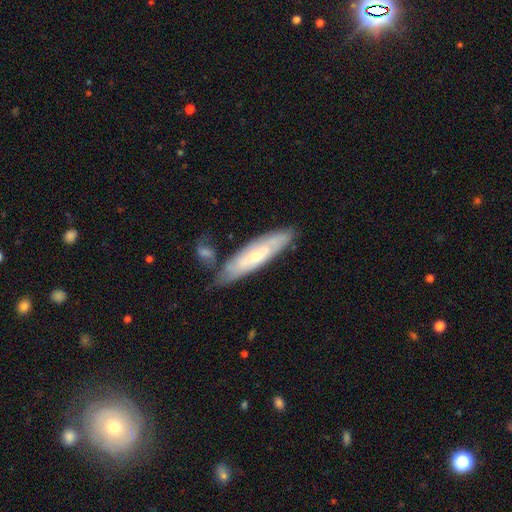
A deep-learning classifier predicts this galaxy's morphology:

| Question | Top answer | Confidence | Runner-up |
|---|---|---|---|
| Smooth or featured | featured or disk | 57% | smooth (38%) |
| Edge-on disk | no | 63% | yes (37%) |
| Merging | none | 65% | minor disturbance (19%) |